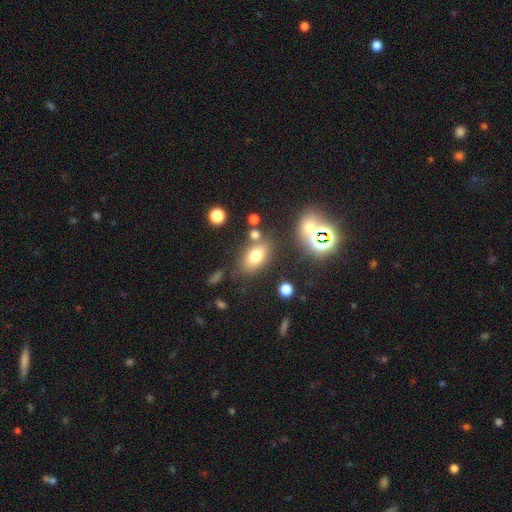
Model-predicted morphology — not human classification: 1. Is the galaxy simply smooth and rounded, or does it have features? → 72% smooth, 14% star or artifact, 14% featured or disk.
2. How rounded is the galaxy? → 82% in between, 15% round, 4% cigar-shaped.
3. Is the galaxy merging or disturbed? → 71% none, 13% minor disturbance, 10% merger, 5% major disturbance.